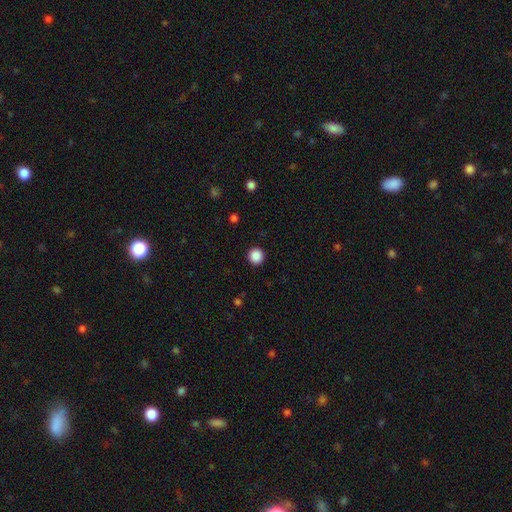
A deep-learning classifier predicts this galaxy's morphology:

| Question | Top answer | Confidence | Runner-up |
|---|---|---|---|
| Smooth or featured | smooth | 88% | star or artifact (10%) |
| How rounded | round | 95% | in between (4%) |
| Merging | none | 93% | minor disturbance (4%) |